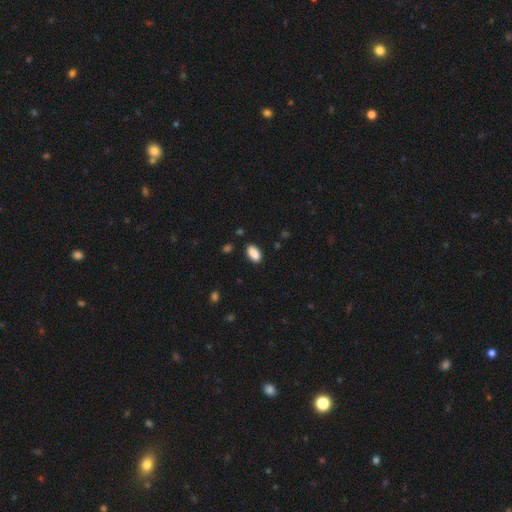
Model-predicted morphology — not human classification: Smooth or featured? Predicted: smooth (p=0.89). How rounded? Predicted: in between (p=0.92). Merging? Predicted: none (p=0.86).